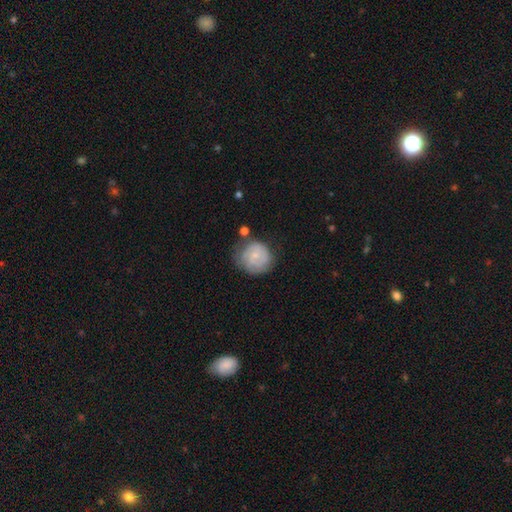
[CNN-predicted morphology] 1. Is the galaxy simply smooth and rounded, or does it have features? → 54% featured or disk, 39% smooth, 7% star or artifact.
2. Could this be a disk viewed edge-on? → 98% no, 2% yes.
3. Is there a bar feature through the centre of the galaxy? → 72% no, 25% weak, 3% strong.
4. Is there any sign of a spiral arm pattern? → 84% yes, 16% no.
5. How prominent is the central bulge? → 68% small, 21% moderate, 9% none, 1% large, 1% dominant.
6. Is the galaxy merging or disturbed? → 61% none, 24% minor disturbance, 10% major disturbance, 5% merger.